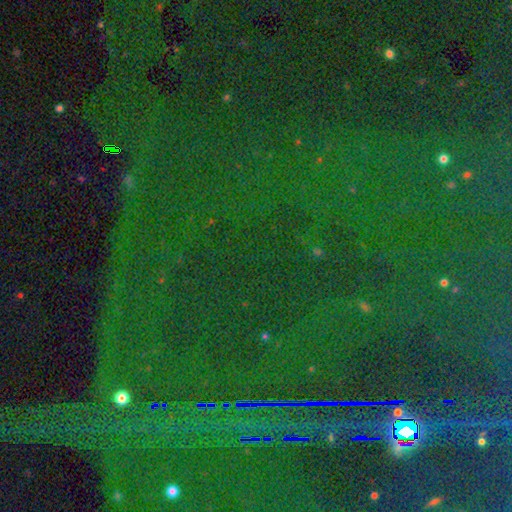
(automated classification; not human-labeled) Smooth or featured? Predicted: star or artifact (p=0.84).